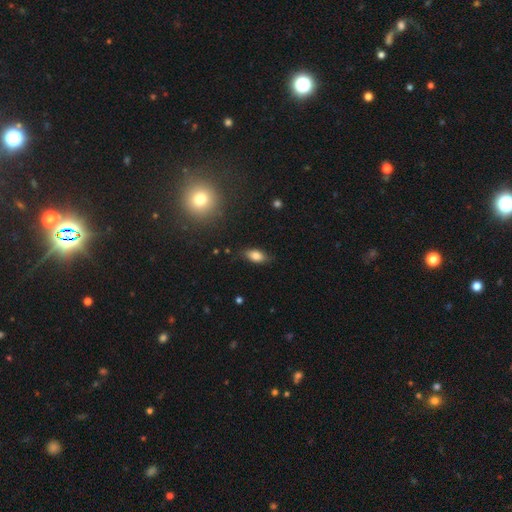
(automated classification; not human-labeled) This appears to be a smooth galaxy with no disk features (80%) that is in between round and cigar-shaped (89%). Merging: none (79%).